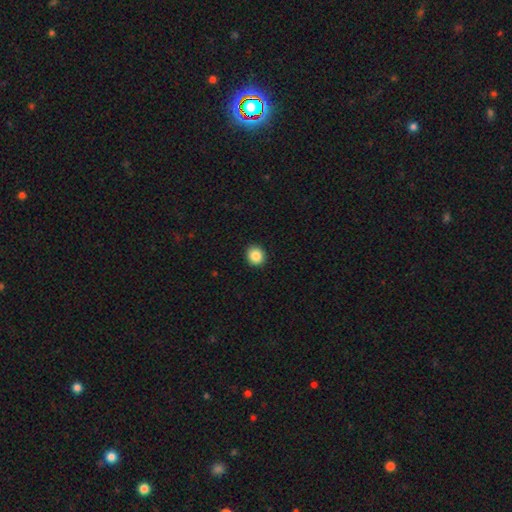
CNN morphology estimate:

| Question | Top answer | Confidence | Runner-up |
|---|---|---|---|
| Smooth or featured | smooth | 87% | star or artifact (9%) |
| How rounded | round | 84% | in between (15%) |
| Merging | none | 92% | minor disturbance (5%) |